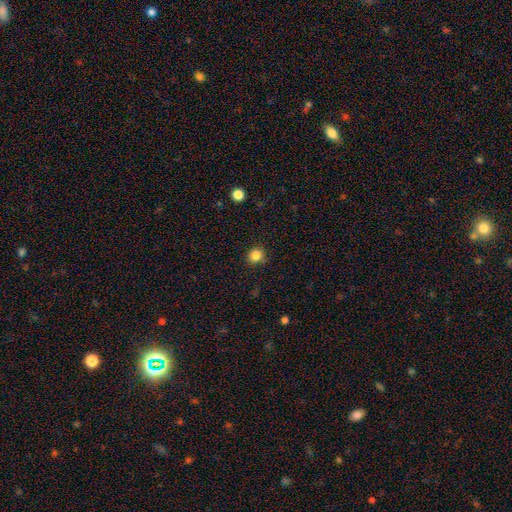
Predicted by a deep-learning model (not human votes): smooth 84%, star or artifact 12%, featured or disk 4%. Down the decision tree: how rounded — round (85%); merging — none (87%).